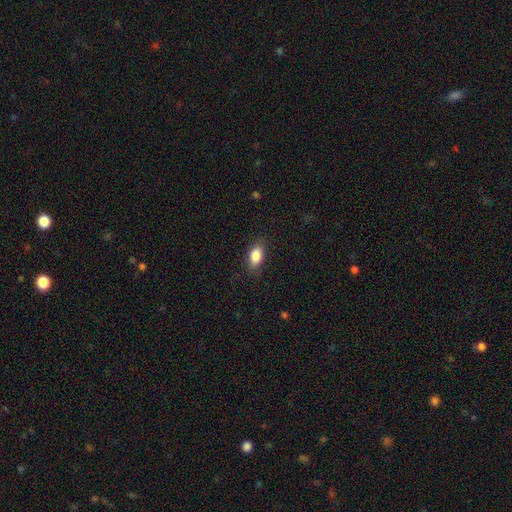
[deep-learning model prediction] A smooth galaxy with no disk features (85%) that is in between round and cigar-shaped (88%).

Vote fractions:
- Smooth or featured? smooth: 85% / star or artifact: 8% / featured or disk: 7%
- How rounded? in between: 88% / round: 7% / cigar-shaped: 5%
- Merging? none: 84% / minor disturbance: 12% / major disturbance: 3% / merger: 1%